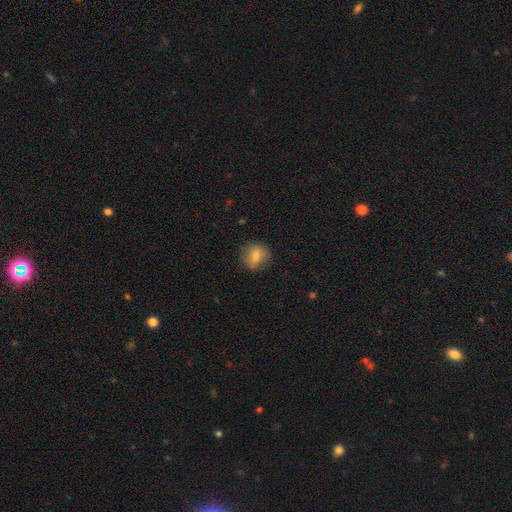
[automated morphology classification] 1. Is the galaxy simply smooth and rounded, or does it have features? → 73% smooth, 18% featured or disk, 9% star or artifact.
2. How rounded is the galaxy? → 82% round, 17% in between, 1% cigar-shaped.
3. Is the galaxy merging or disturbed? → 79% none, 16% minor disturbance, 4% major disturbance, 1% merger.